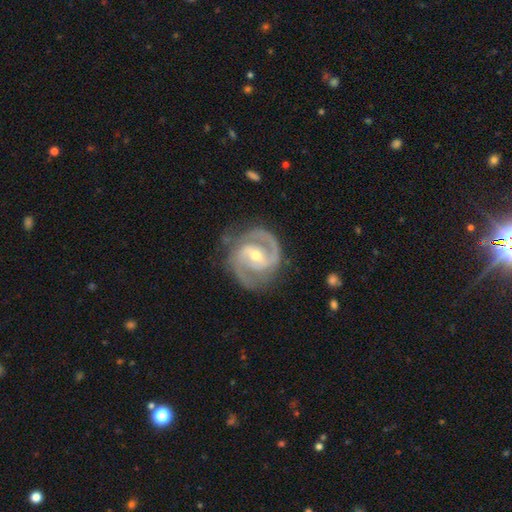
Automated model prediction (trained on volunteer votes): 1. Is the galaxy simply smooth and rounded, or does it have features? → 92% featured or disk, 4% star or artifact, 4% smooth.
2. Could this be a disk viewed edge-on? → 98% no, 2% yes.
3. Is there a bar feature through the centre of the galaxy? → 48% weak, 27% strong, 25% no.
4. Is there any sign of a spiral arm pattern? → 98% yes, 2% no.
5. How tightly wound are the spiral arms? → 52% medium, 40% tight, 9% loose.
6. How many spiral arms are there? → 87% 2, 5% 3, 3% can't tell, 2% 1, 1% 4, 1% more than 4.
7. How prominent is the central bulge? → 52% moderate, 45% small, 2% large, 1% none, 1% dominant.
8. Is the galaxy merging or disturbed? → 77% none, 16% minor disturbance, 6% major disturbance, 2% merger.